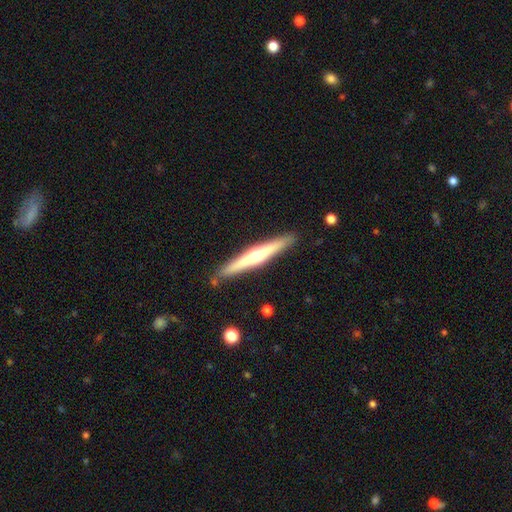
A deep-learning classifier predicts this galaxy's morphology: Smooth or featured? featured or disk (64%)
Edge-on disk? yes (97%)
Edge-on bulge? rounded (84%)
Merging? none (89%)